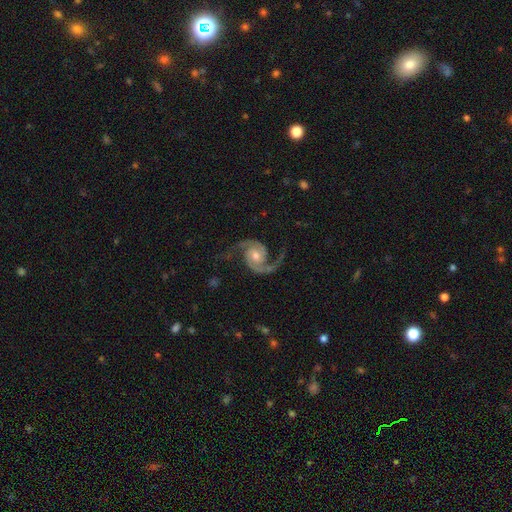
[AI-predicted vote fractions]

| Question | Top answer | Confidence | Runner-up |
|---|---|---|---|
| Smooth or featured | featured or disk | 94% | star or artifact (4%) |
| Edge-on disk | no | 98% | yes (2%) |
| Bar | no | 66% | weak (26%) |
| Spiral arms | yes | 99% | no (1%) |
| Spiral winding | medium | 53% | loose (32%) |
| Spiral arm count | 2 | 95% | can't tell (1%) |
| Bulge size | moderate | 64% | small (29%) |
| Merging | none | 79% | minor disturbance (12%) |